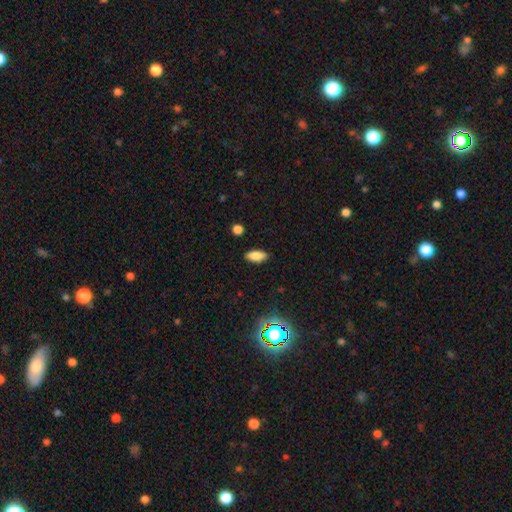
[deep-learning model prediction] Overall: smooth (81%). How rounded: in between (85%). Merging: none (88%).